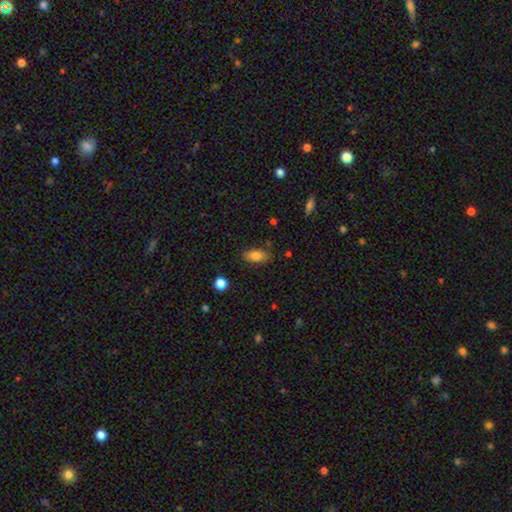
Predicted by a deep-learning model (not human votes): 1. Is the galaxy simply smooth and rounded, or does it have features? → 82% smooth, 10% featured or disk, 8% star or artifact.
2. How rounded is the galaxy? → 88% in between, 8% cigar-shaped, 4% round.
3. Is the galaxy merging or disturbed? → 81% none, 13% minor disturbance, 3% major disturbance, 2% merger.